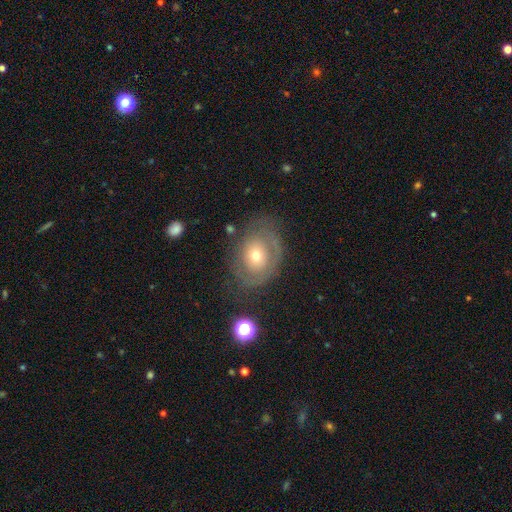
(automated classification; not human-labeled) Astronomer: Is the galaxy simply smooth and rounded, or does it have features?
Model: featured or disk — 53% (runner-up: smooth, 38%).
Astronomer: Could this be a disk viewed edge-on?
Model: no — 94%.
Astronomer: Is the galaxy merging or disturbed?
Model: none — 63%.